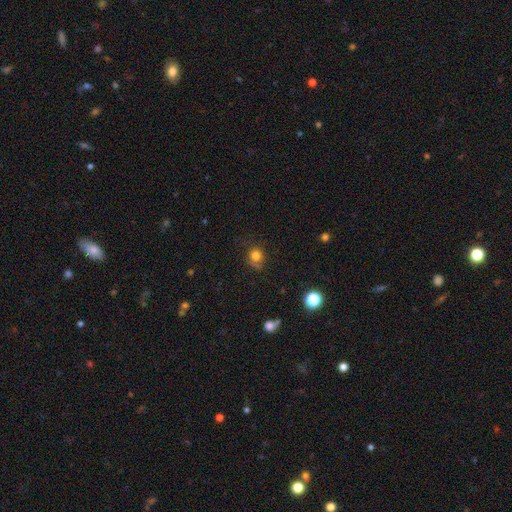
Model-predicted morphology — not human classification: Smooth or featured: smooth — 76% (star or artifact — 13%)
How rounded: round — 79% (in between — 20%)
Merging: none — 58% (minor disturbance — 24%)